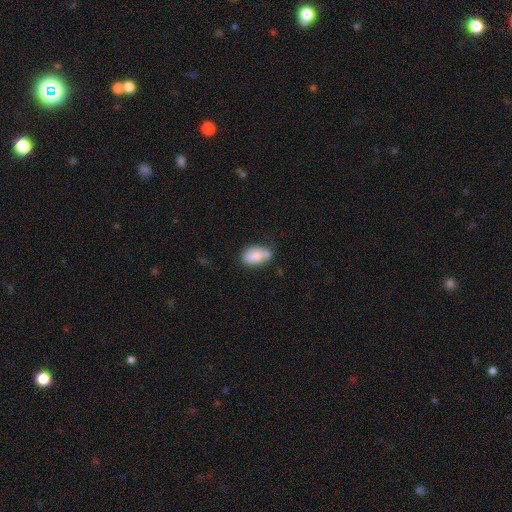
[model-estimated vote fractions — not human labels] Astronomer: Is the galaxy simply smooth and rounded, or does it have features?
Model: smooth — 82%.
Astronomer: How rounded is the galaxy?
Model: in between — 86%.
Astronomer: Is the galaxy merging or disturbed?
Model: none — 51%.